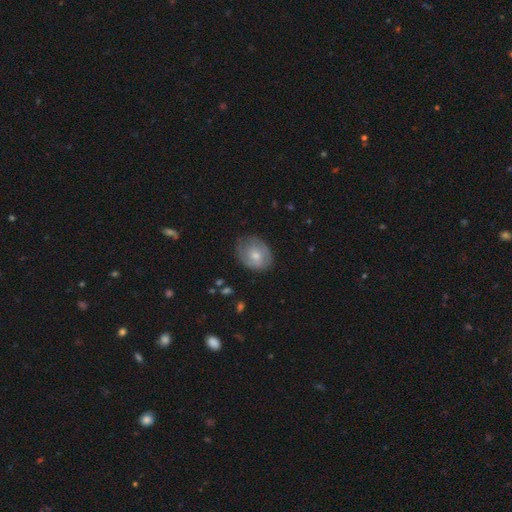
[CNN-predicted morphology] smooth 58%, featured or disk 35%, star or artifact 7%. Down the decision tree: how rounded — in between (52%); merging — none (69%).